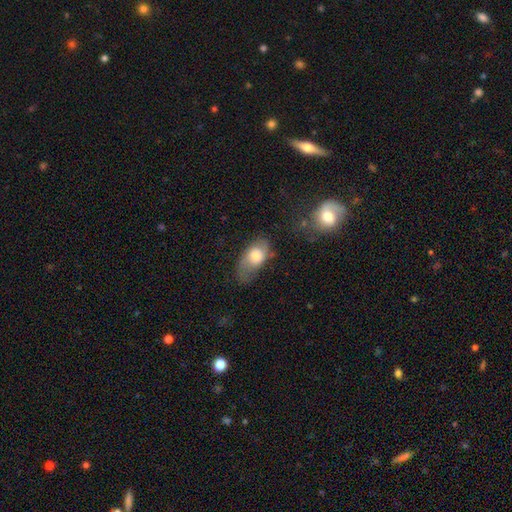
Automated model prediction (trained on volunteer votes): Smooth or featured? Predicted: smooth (p=0.69). How rounded? Predicted: in between (p=0.87). Merging? Predicted: none (p=0.42).